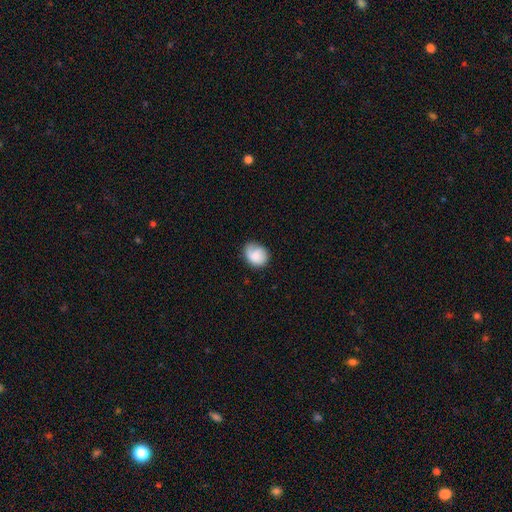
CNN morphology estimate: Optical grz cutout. It shows a smooth galaxy with no disk features (75%) that is round (56%). Merging: none (61%).